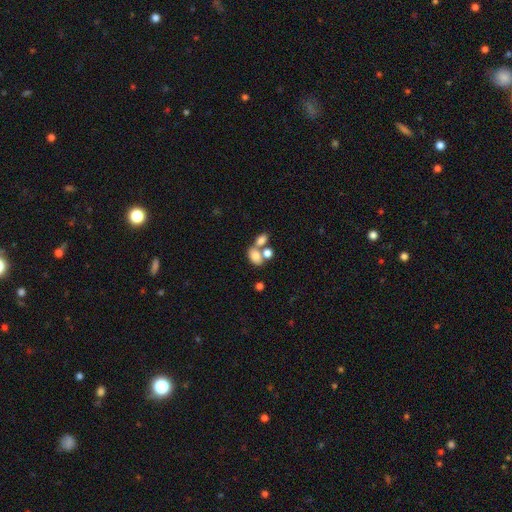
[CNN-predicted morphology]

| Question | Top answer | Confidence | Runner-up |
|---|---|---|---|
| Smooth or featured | smooth | 74% | featured or disk (16%) |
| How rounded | in between | 82% | round (16%) |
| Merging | merger | 55% | none (29%) |